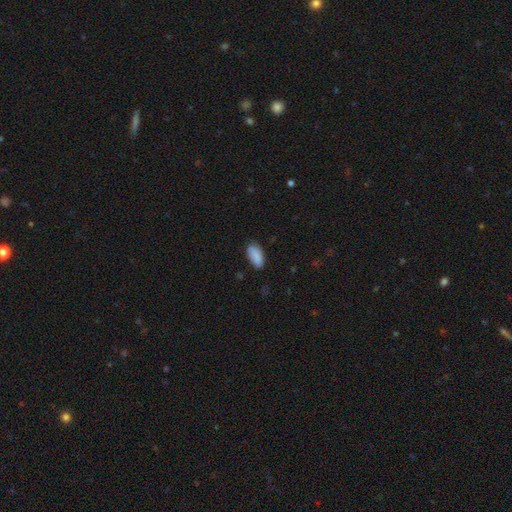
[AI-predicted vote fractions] A smooth galaxy with no disk features (89%) that is in between round and cigar-shaped (89%). Merging: none (77%).